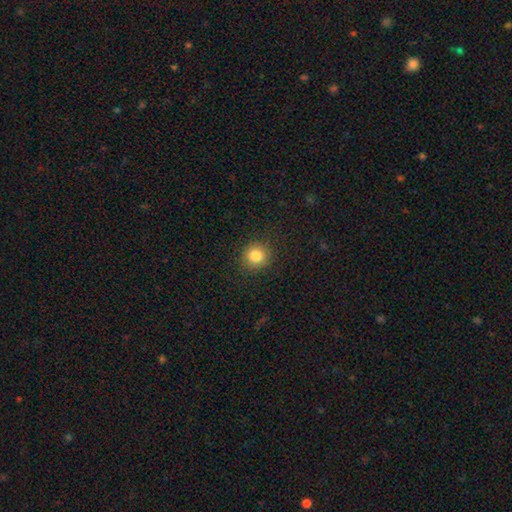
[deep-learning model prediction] smooth_or_featured: smooth (p=0.83) [alt: star or artifact p=0.11]
how_rounded: round (p=0.91) [alt: in between p=0.08]
merging: none (p=0.90) [alt: minor disturbance p=0.06]